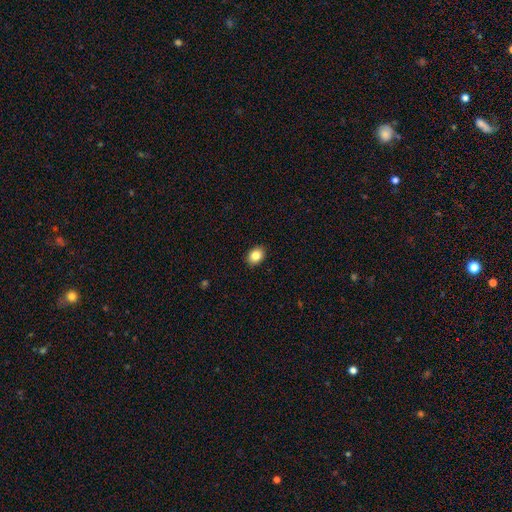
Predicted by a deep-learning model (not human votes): Smooth or featured? Predicted: smooth (p=0.85). How rounded? Predicted: in between (p=0.62). Merging? Predicted: none (p=0.91).